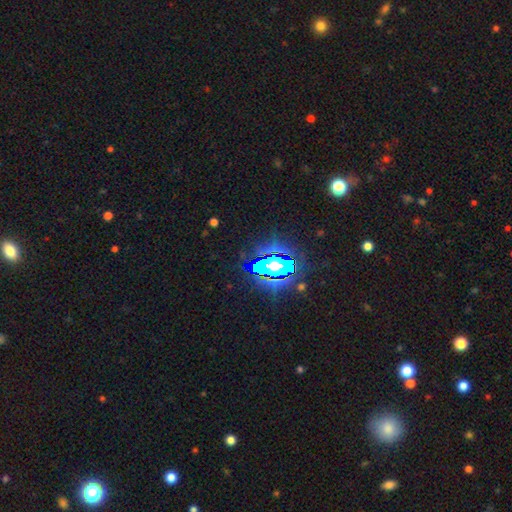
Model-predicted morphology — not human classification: smooth_or_featured: star or artifact (p=0.83) [alt: smooth p=0.10]